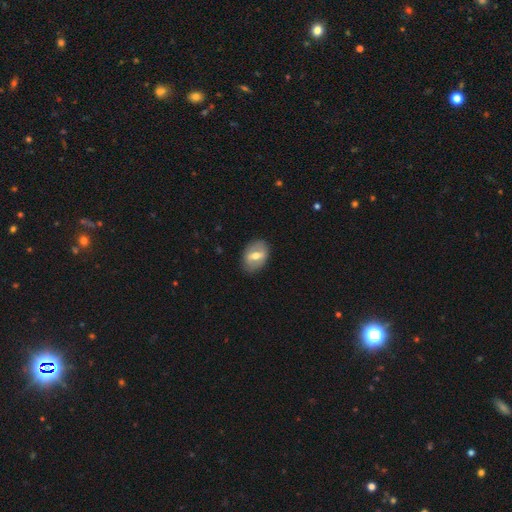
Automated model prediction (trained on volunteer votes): The model was most divided on "smooth or featured": featured or disk: 49%, smooth: 44%, star or artifact: 7%. More confident: merging — none (85%).